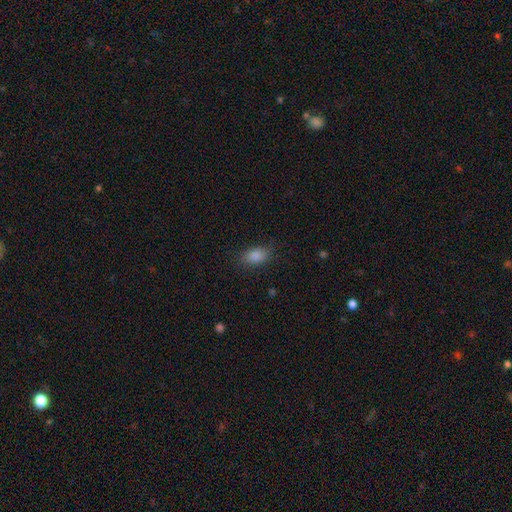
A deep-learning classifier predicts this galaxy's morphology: smooth 88%, star or artifact 9%, featured or disk 4%. Down the decision tree: how rounded — in between (89%); merging — none (82%).